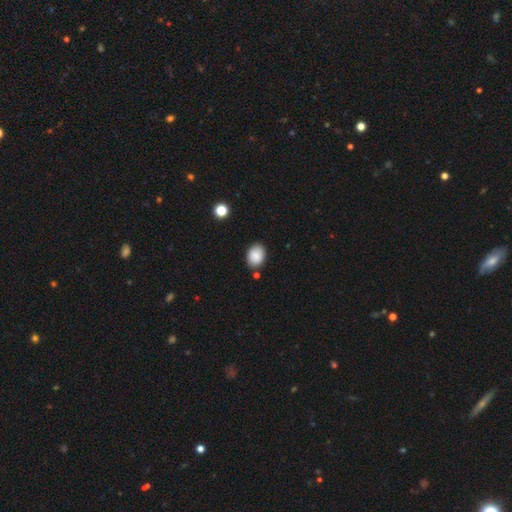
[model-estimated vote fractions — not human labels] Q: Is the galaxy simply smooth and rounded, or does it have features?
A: smooth — 88%.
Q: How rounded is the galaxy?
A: in between — 69%.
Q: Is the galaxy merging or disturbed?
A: none — 80%.